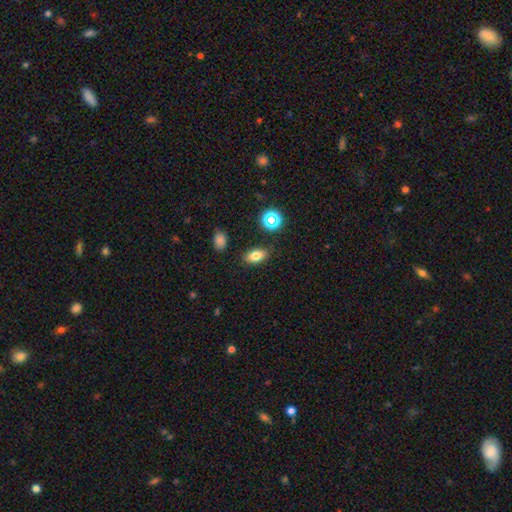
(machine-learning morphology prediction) smooth_or_featured: smooth (p=0.76) [alt: star or artifact p=0.13]
how_rounded: in between (p=0.86) [alt: round p=0.09]
merging: none (p=0.86) [alt: minor disturbance p=0.09]